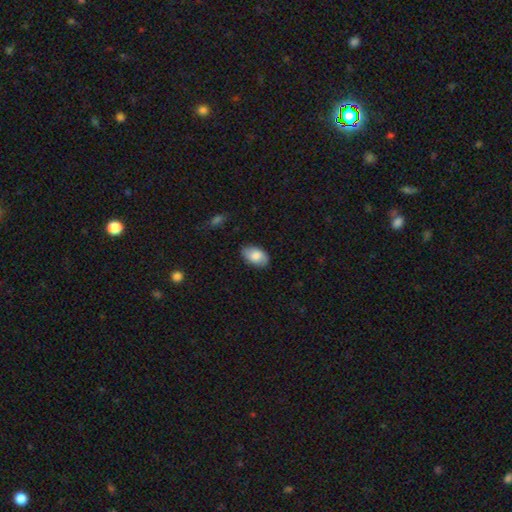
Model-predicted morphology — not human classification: Smooth or featured: smooth — 81% (featured or disk — 13%)
How rounded: in between — 93% (round — 6%)
Merging: none — 82% (minor disturbance — 14%)